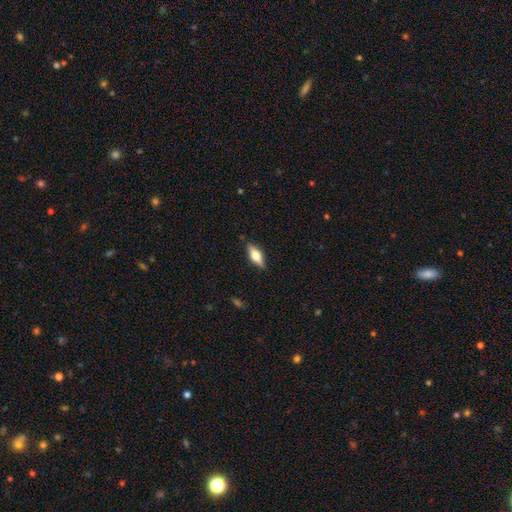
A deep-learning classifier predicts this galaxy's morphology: smooth-or-featured: featured or disk: 47% | smooth: 46% | star or artifact: 7%
  merging: none: 85% | minor disturbance: 11% | major disturbance: 2% | merger: 1%